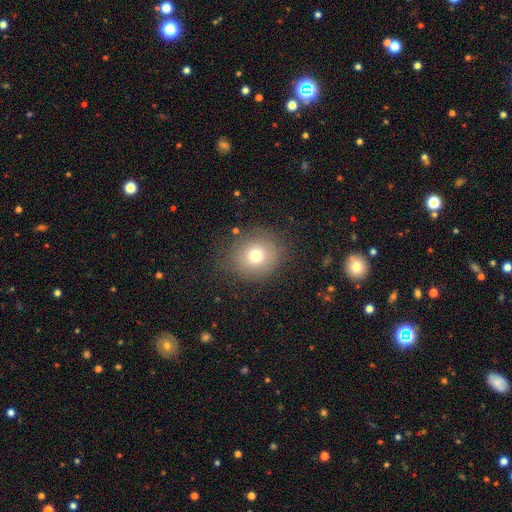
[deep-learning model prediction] Smooth or featured? Predicted: smooth (p=0.71). How rounded? Predicted: round (p=0.85). Merging? Predicted: none (p=0.77).